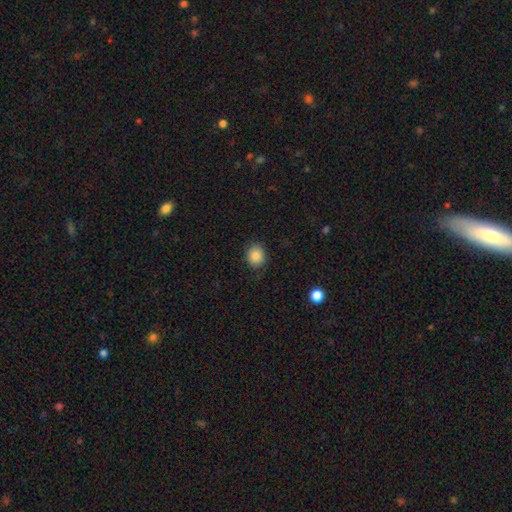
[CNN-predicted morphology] smooth-or-featured: smooth: 87% | star or artifact: 9% | featured or disk: 4%
  how-rounded: round: 74% | in between: 25% | cigar-shaped: 1%
  merging: none: 83% | minor disturbance: 12% | major disturbance: 3% | merger: 1%